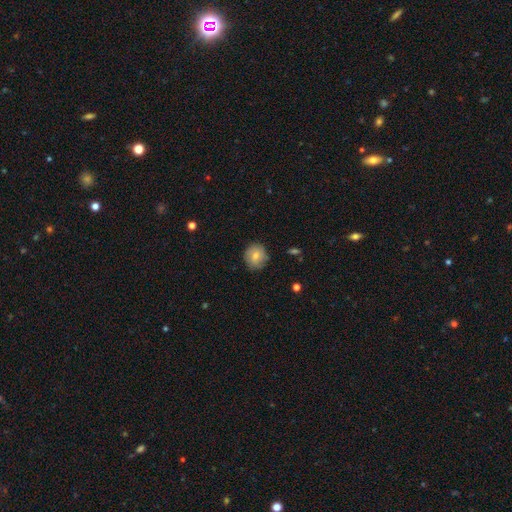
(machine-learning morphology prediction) Q: Smooth or featured?
A: smooth (73%); runner-up: featured or disk (19%)
Q: How rounded?
A: round (86%); runner-up: in between (13%)
Q: Merging?
A: none (81%); runner-up: minor disturbance (15%)